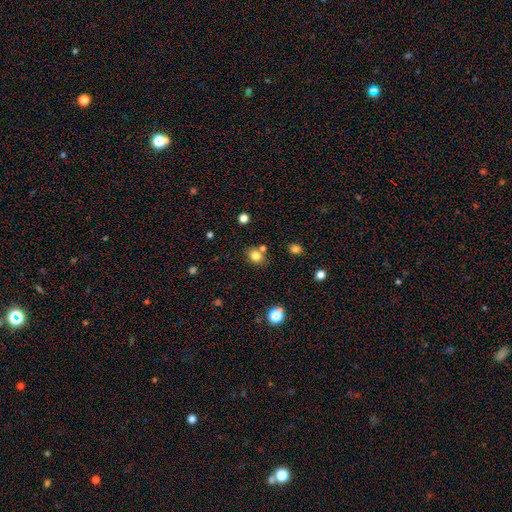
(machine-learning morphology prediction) A smooth galaxy with no disk features (80%) that is round (74%). Merging: none (70%).